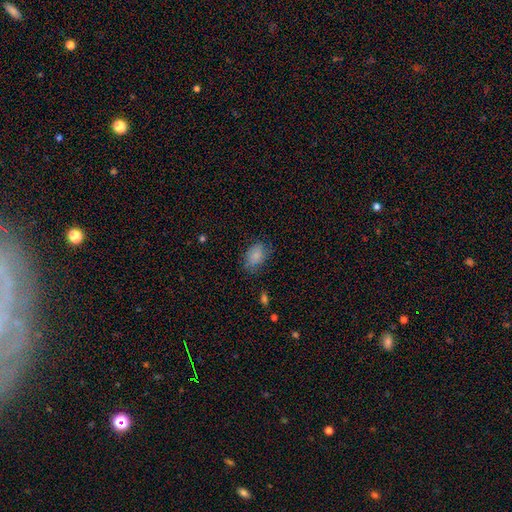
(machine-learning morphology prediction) Q: Smooth or featured?
A: smooth (84%); runner-up: star or artifact (9%)
Q: How rounded?
A: in between (84%); runner-up: round (15%)
Q: Merging?
A: none (70%); runner-up: minor disturbance (22%)